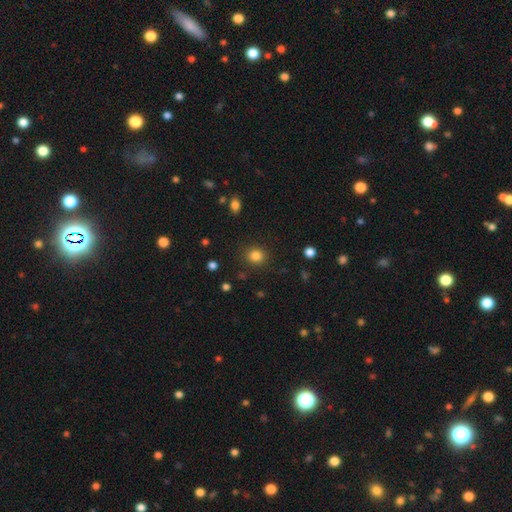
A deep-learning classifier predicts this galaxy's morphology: A smooth galaxy with no disk features (84%) that is round (84%). Merging: none (88%).